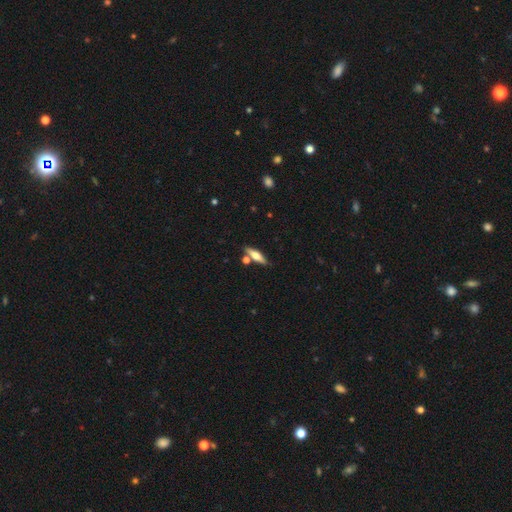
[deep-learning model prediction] A featured or disk galaxy (49%). Merging: none (75%).